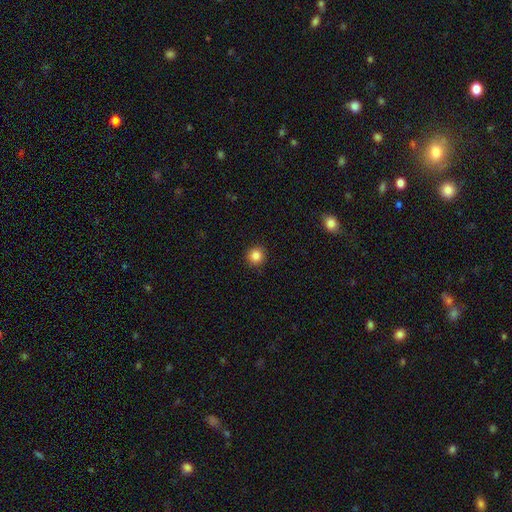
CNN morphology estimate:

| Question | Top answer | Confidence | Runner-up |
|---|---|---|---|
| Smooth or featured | smooth | 86% | star or artifact (10%) |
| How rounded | round | 93% | in between (6%) |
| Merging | none | 92% | minor disturbance (5%) |